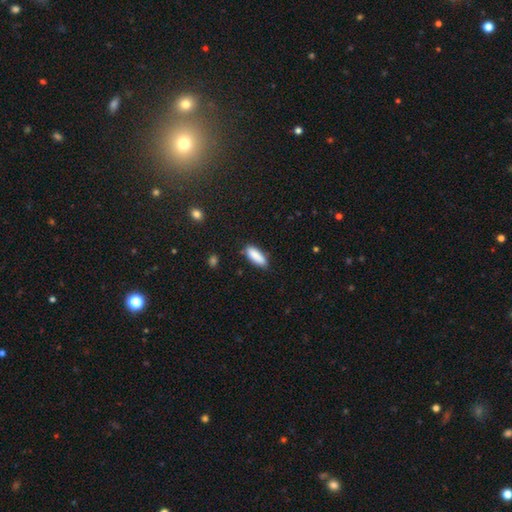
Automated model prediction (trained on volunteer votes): This appears to be a smooth galaxy with no disk features (88%) that is in between round and cigar-shaped (61%). Merging: none (81%).